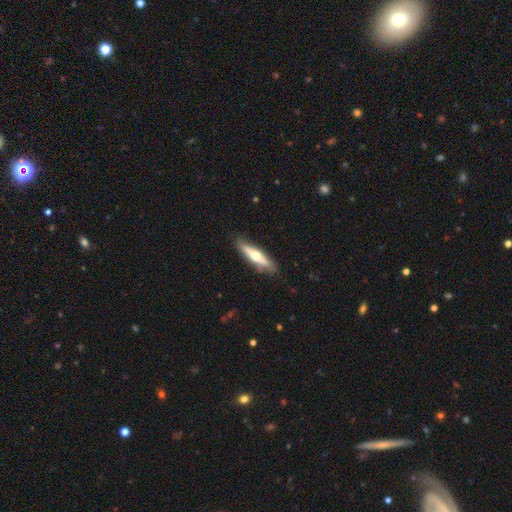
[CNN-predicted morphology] Overall: featured or disk (50%; smooth 44%). Edge-on disk: yes (84%). Merging: none (84%).